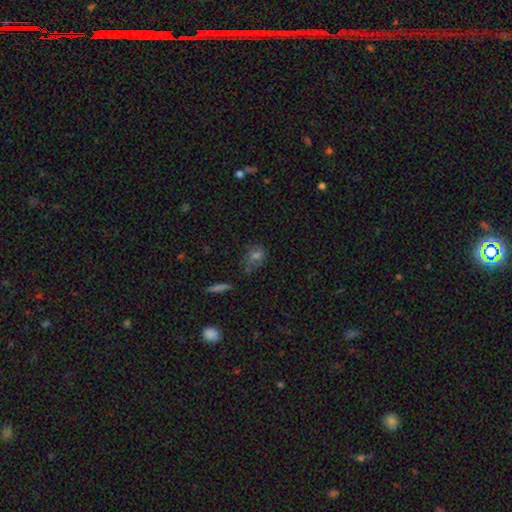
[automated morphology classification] type=smooth (54%); roundness=in between (57%); merging=none (58%).